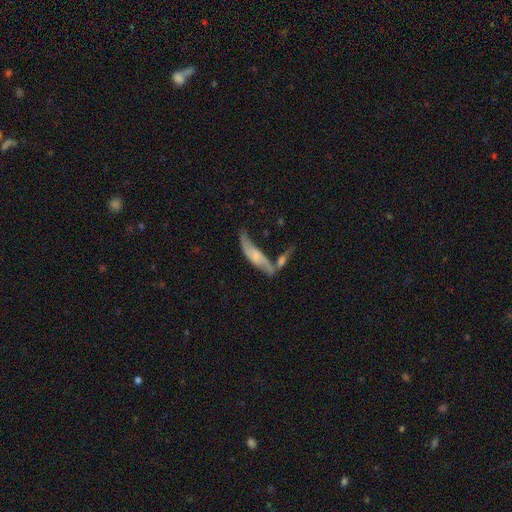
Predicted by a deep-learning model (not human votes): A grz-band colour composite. It shows a featured or disk galaxy (52%). Merging: none (33%).